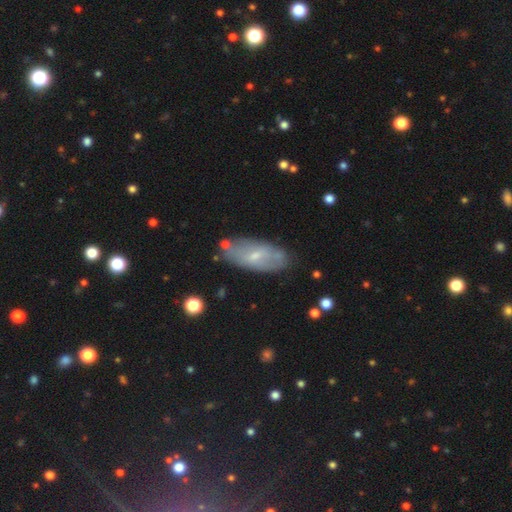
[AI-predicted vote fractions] Morphology: type=featured or disk (48%); merging=none (74%).